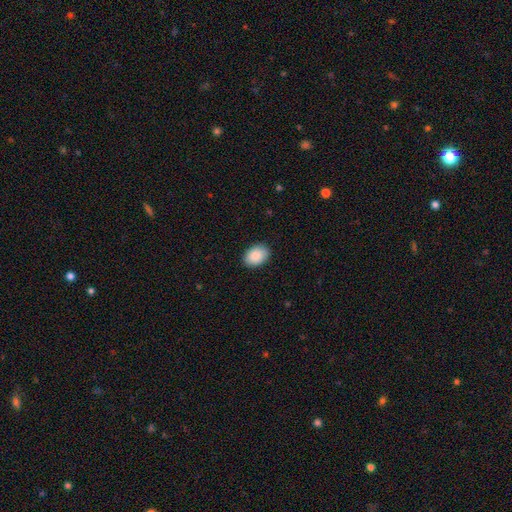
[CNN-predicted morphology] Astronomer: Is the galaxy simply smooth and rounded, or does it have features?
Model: smooth — 89%.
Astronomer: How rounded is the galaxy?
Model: in between — 83%.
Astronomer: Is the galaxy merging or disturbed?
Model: none — 89%.